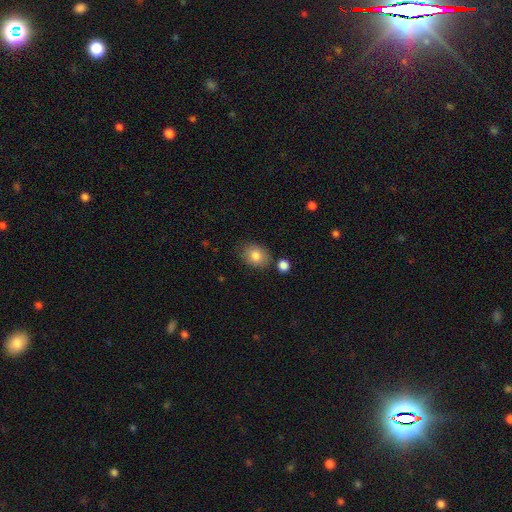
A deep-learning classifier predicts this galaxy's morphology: Smooth or featured? Predicted: smooth (p=0.83). How rounded? Predicted: in between (p=0.59). Merging? Predicted: none (p=0.76).